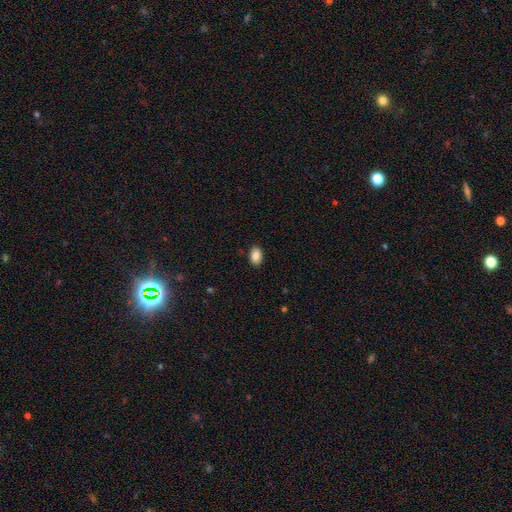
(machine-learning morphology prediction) The model was most divided on "how rounded": in between: 87%, round: 12%, cigar-shaped: 1%. More confident: merging — none (89%); smooth or featured — smooth (87%).